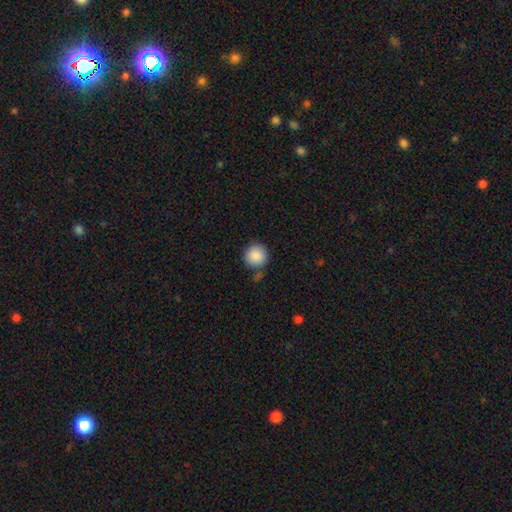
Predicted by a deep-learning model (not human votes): Smooth or featured: smooth — 89% (star or artifact — 8%)
How rounded: round — 94% (in between — 5%)
Merging: none — 82% (minor disturbance — 11%)